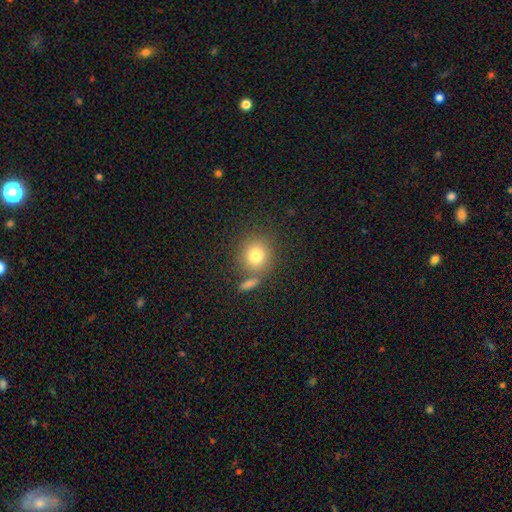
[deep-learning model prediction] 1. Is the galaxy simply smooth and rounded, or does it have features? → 78% smooth, 12% star or artifact, 10% featured or disk.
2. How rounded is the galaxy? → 88% round, 11% in between, 1% cigar-shaped.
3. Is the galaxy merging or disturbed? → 70% none, 15% merger, 10% minor disturbance, 4% major disturbance.